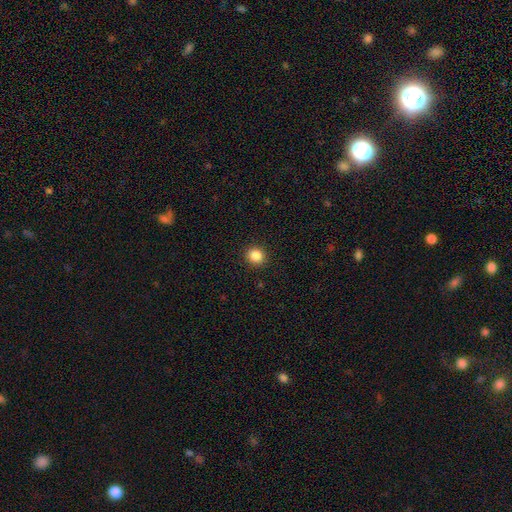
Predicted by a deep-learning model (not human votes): Morphology: type=smooth (86%); roundness=round (87%); merging=none (92%).